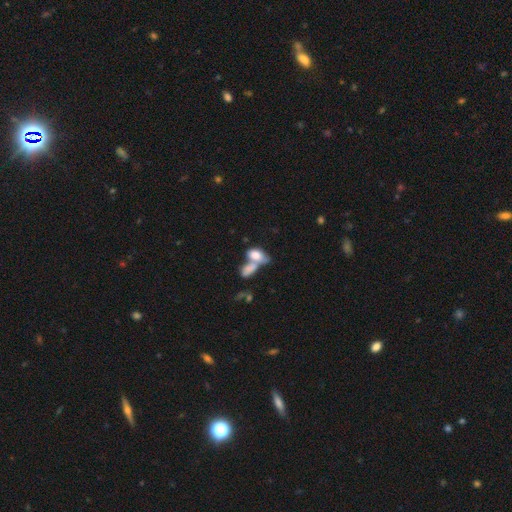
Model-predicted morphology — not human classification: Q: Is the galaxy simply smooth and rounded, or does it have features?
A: smooth — 75%.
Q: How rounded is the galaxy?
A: in between — 87%.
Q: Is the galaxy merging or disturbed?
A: merger — 62%.